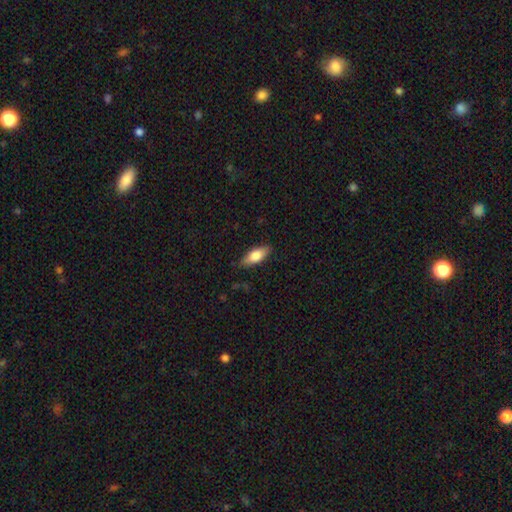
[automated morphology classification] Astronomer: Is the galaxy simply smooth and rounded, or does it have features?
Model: smooth — 75%.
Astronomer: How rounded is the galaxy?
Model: in between — 75%.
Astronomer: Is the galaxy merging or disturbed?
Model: none — 84%.